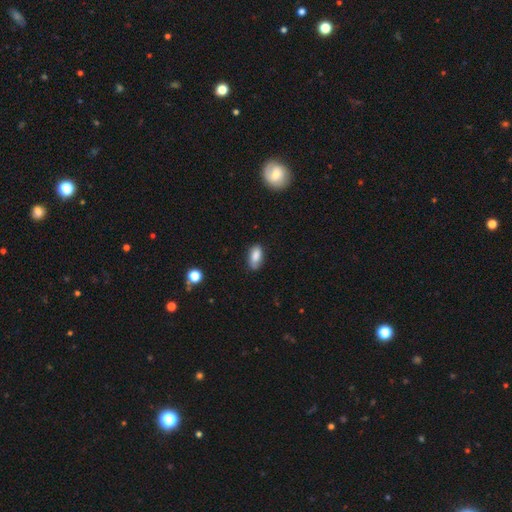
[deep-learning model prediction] Morphology: type=smooth (81%); roundness=in between (91%); merging=none (74%).